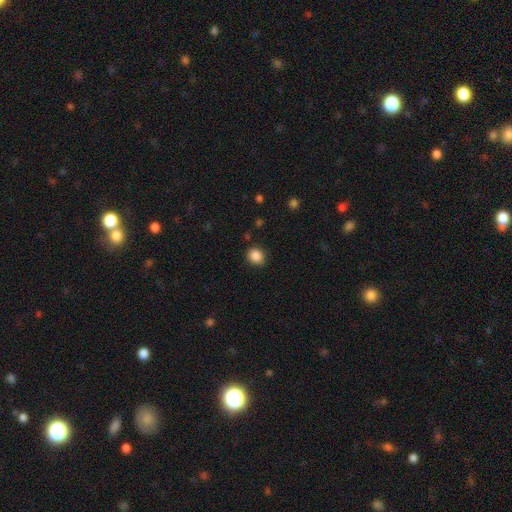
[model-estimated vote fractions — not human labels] This appears to be a smooth galaxy with no disk features (86%) that is round (71%). Merging: none (85%).